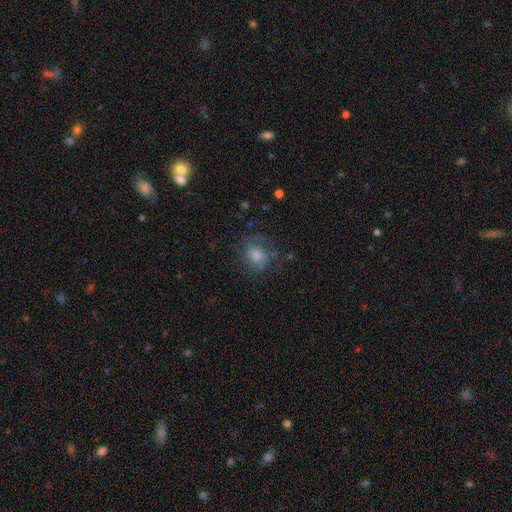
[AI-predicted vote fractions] The model was most divided on "smooth or featured": featured or disk: 44%, smooth: 42%, star or artifact: 14%. More confident: merging — none (68%).